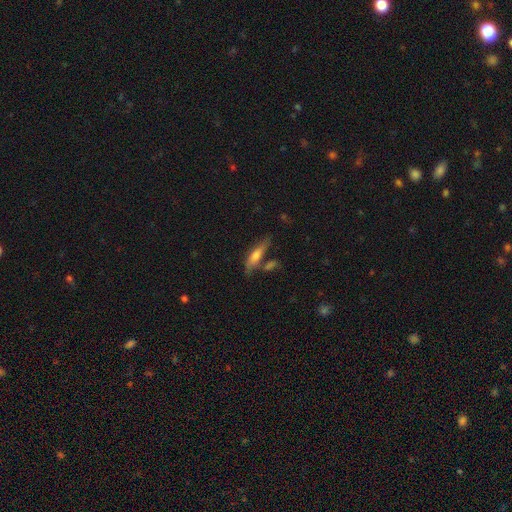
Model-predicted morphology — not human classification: A smooth galaxy with no disk features (62%) that is cigar-shaped (66%).

Vote fractions:
- Smooth or featured? smooth: 62% / featured or disk: 31% / star or artifact: 7%
- How rounded? cigar-shaped: 66% / in between: 31% / round: 2%
- Merging? none: 59% / minor disturbance: 19% / merger: 16% / major disturbance: 7%